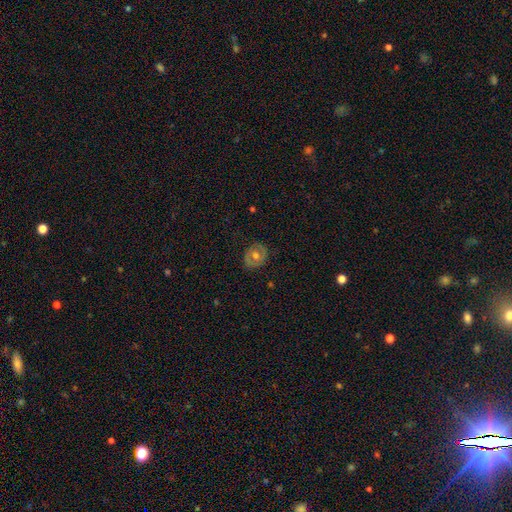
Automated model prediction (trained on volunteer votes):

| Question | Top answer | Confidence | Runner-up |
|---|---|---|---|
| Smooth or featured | featured or disk | 53% | smooth (39%) |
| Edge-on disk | no | 96% | yes (4%) |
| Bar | no | 76% | weak (19%) |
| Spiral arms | no | 60% | yes (40%) |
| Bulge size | moderate | 75% | small (14%) |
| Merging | none | 84% | minor disturbance (12%) |